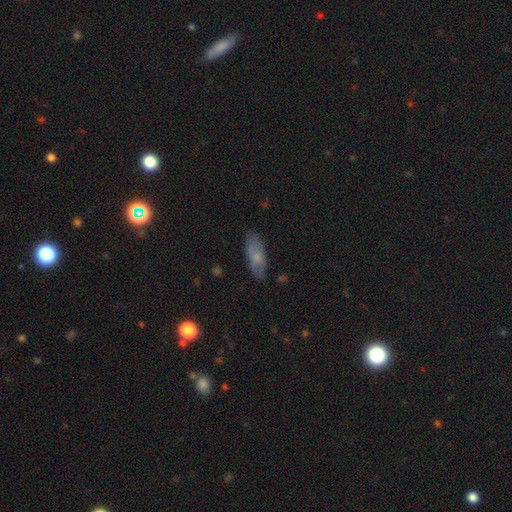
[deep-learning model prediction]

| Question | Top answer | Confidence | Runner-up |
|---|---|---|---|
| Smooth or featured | smooth | 67% | featured or disk (26%) |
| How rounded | in between | 71% | cigar-shaped (26%) |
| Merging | none | 78% | minor disturbance (16%) |